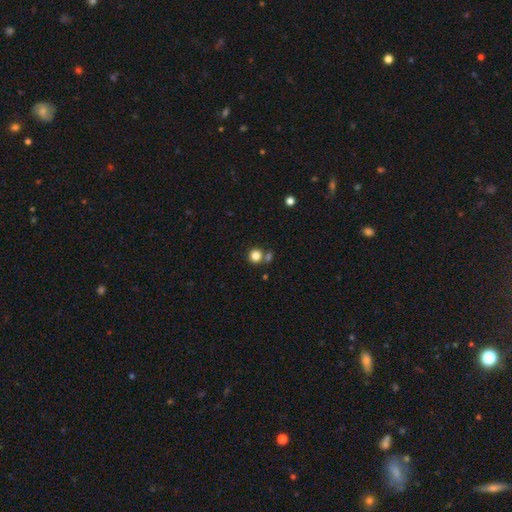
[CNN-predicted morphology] smooth_or_featured: smooth (p=0.83) [alt: star or artifact p=0.12]
how_rounded: round (p=0.91) [alt: in between p=0.08]
merging: none (p=0.67) [alt: merger p=0.21]